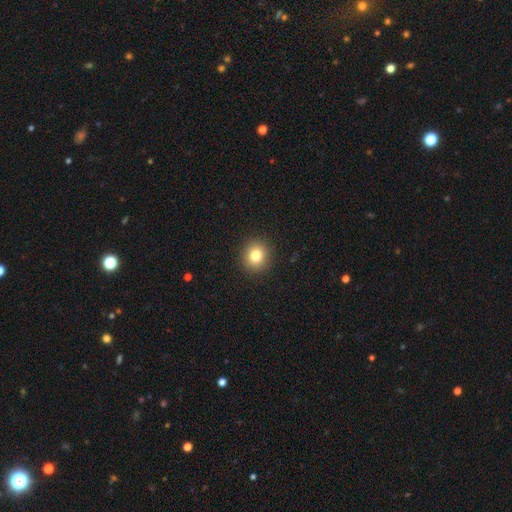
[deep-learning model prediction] smooth 81%, star or artifact 11%, featured or disk 8%. Down the decision tree: how rounded — round (86%); merging — none (92%).